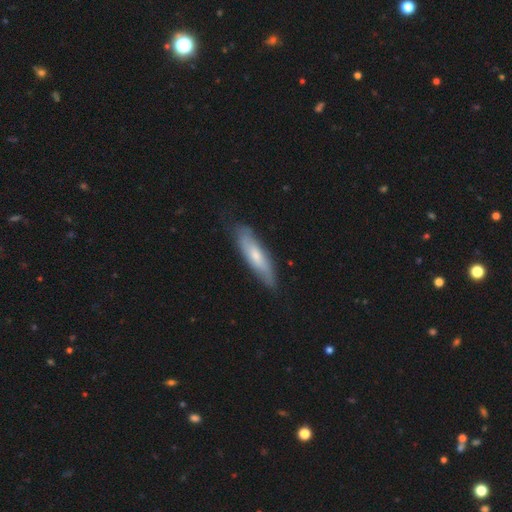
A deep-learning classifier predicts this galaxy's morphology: The model was most divided on "smooth or featured": smooth: 54%, featured or disk: 40%, star or artifact: 6%. More confident: merging — none (74%); how rounded — cigar-shaped (67%).